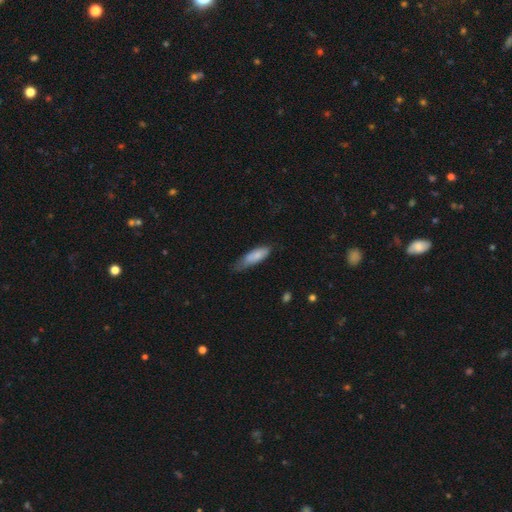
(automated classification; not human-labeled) A smooth galaxy with no disk features (81%) that is in between round and cigar-shaped (56%). Merging: none (44%).